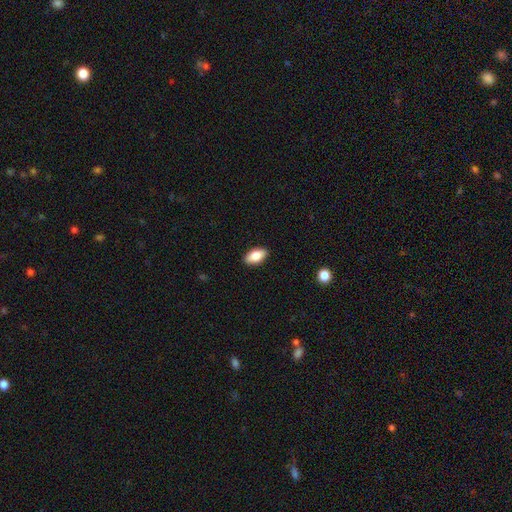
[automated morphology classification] This is clearly a smooth galaxy (83%). How rounded: clearly in between (92%). Merging: clearly none (90%).